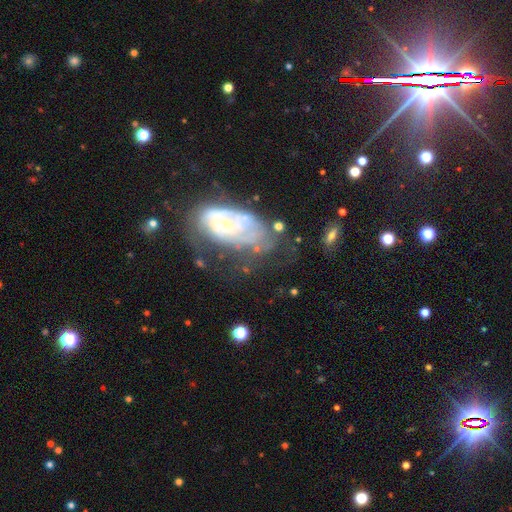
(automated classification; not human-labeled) Smooth or featured: featured or disk — 54% (star or artifact — 26%)
Edge-on disk: no — 87% (yes — 13%)
Merging: none — 52% (minor disturbance — 24%)